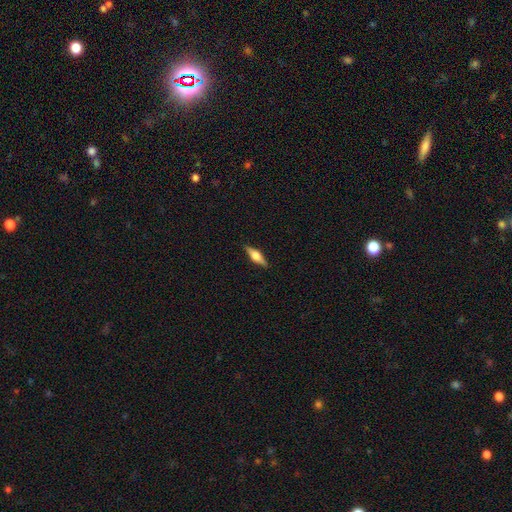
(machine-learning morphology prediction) Smooth or featured: featured or disk — 60% (smooth — 33%)
Edge-on disk: yes — 96% (no — 4%)
Edge-on bulge: rounded — 91% (boxy — 7%)
Merging: none — 89% (minor disturbance — 8%)